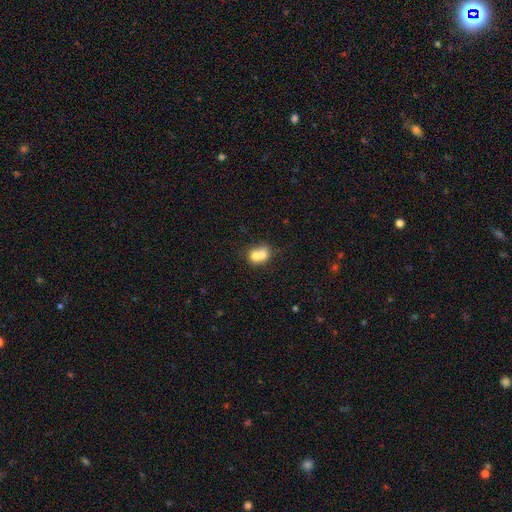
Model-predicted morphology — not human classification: Smooth or featured?
  - smooth: 68% *
  - featured or disk: 23%
  - star or artifact: 9%
How rounded?
  - round: 65% *
  - in between: 34%
  - cigar-shaped: 1%
Merging?
  - merger: 70% *
  - none: 22%
  - minor disturbance: 5%
  - major disturbance: 3%